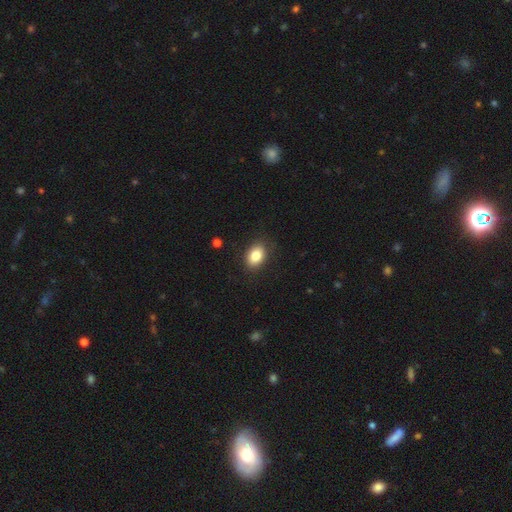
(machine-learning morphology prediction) Smooth or featured?
  - smooth: 84% *
  - star or artifact: 9%
  - featured or disk: 8%
How rounded?
  - in between: 78% *
  - round: 21%
  - cigar-shaped: 1%
Merging?
  - none: 86% *
  - minor disturbance: 10%
  - major disturbance: 3%
  - merger: 1%